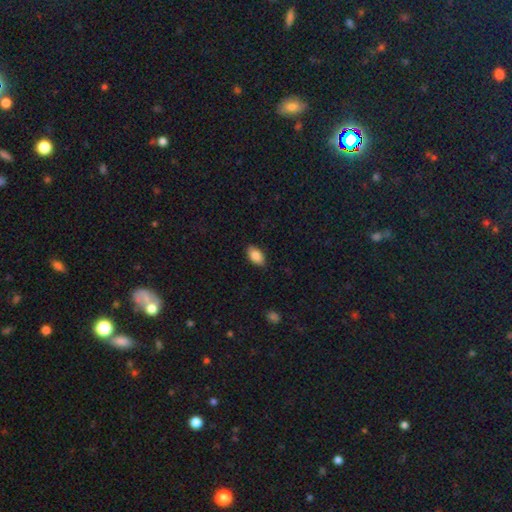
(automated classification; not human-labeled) Morphology: type=smooth (87%); roundness=in between (94%); merging=none (88%).